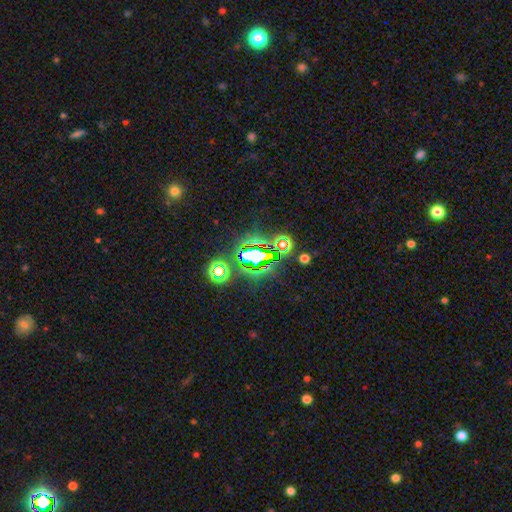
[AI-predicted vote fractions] Overall: star or artifact (73%).